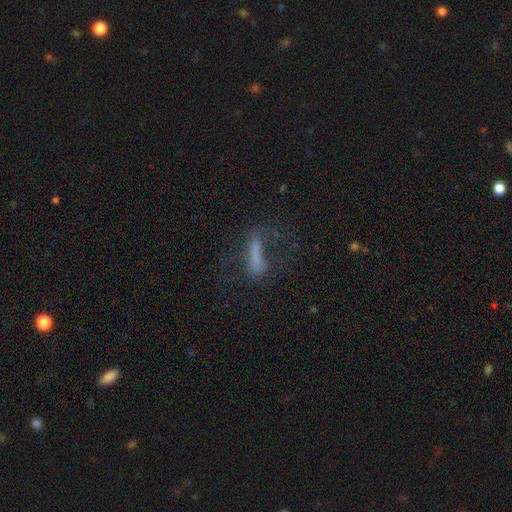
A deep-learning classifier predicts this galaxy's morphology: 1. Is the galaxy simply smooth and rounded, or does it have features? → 52% smooth, 32% featured or disk, 16% star or artifact.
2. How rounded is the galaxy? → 75% cigar-shaped, 22% in between, 3% round.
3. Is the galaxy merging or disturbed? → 47% none, 30% major disturbance, 20% minor disturbance, 3% merger.